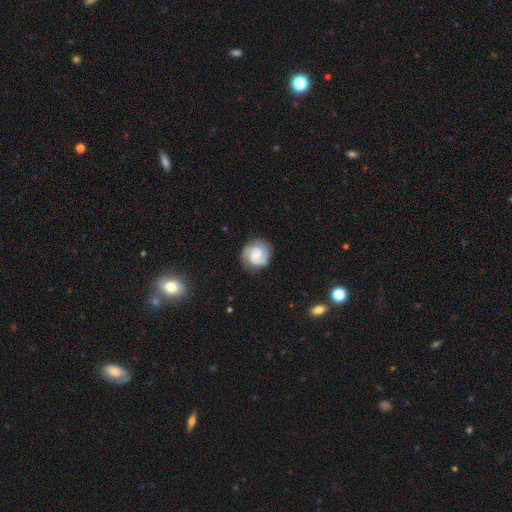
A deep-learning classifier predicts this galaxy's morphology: Smooth or featured? featured or disk (72%)
Edge-on disk? no (98%)
Bar? no (46%, tied with weak)
Spiral arms? yes (95%)
Spiral winding? tight (51%)
Spiral arm count? 2 (77%)
Bulge size? small (49%)
Merging? none (81%)